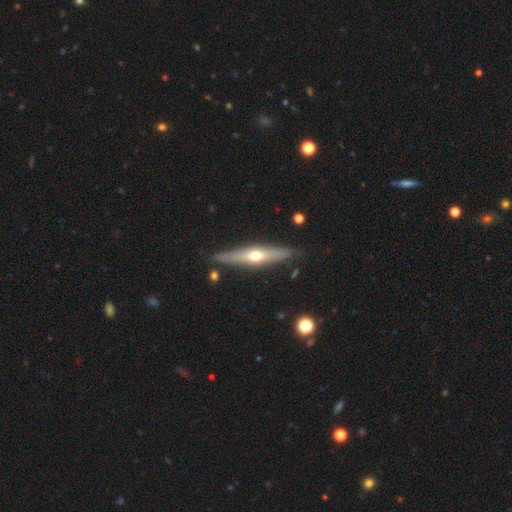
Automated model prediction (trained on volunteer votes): smooth-or-featured: featured or disk: 59% | smooth: 36% | star or artifact: 5%
  disk-edge-on: yes: 88% | no: 12%
    edge-on-bulge: rounded: 89% | none: 9% | boxy: 3%
  merging: none: 87% | minor disturbance: 9% | major disturbance: 2% | merger: 2%